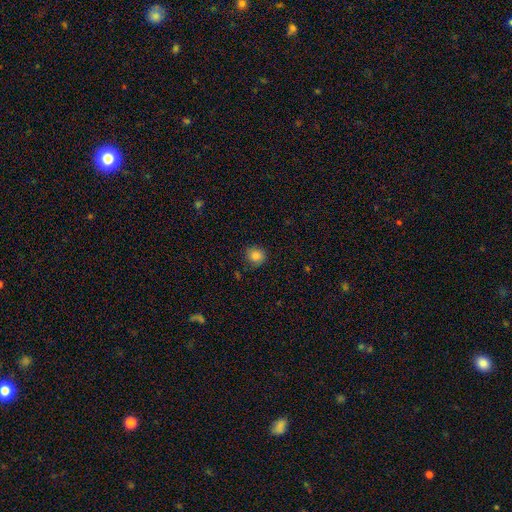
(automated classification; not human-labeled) Q: Smooth or featured?
A: smooth (85%); runner-up: star or artifact (10%)
Q: How rounded?
A: round (89%); runner-up: in between (10%)
Q: Merging?
A: none (87%); runner-up: minor disturbance (10%)